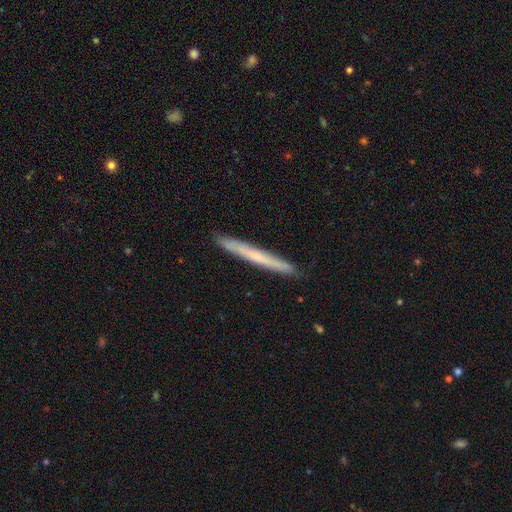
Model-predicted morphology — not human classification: A smooth galaxy with no disk features (51%) that is cigar-shaped (97%).

Vote fractions:
- Smooth or featured? smooth: 51% / featured or disk: 43% / star or artifact: 6%
- How rounded? cigar-shaped: 97% / in between: 2% / round: 1%
- Merging? none: 91% / minor disturbance: 7% / major disturbance: 1% / merger: 1%